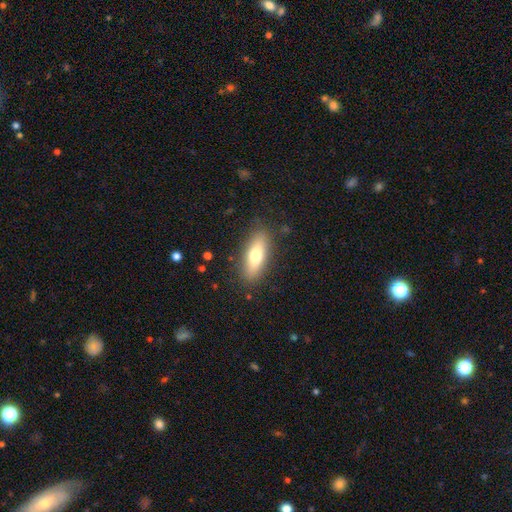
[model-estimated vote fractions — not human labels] smooth_or_featured: smooth (p=0.69) [alt: featured or disk p=0.24]
how_rounded: in between (p=0.63) [alt: cigar-shaped p=0.34]
merging: none (p=0.85) [alt: minor disturbance p=0.11]